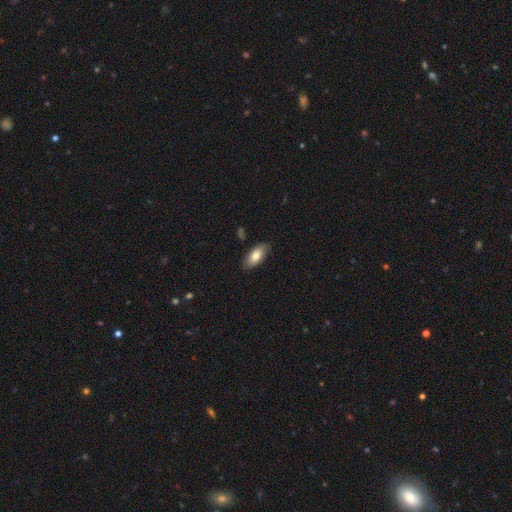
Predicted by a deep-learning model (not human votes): Q: Smooth or featured?
A: smooth (77%); runner-up: featured or disk (16%)
Q: How rounded?
A: in between (88%); runner-up: cigar-shaped (9%)
Q: Merging?
A: none (84%); runner-up: minor disturbance (13%)